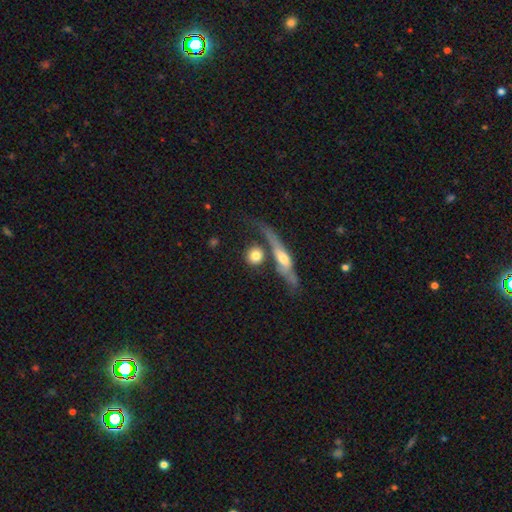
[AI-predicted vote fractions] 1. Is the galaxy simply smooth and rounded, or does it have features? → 72% smooth, 21% featured or disk, 7% star or artifact.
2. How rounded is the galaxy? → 80% round, 12% in between, 7% cigar-shaped.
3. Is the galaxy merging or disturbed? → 58% none, 22% merger, 13% minor disturbance, 7% major disturbance.